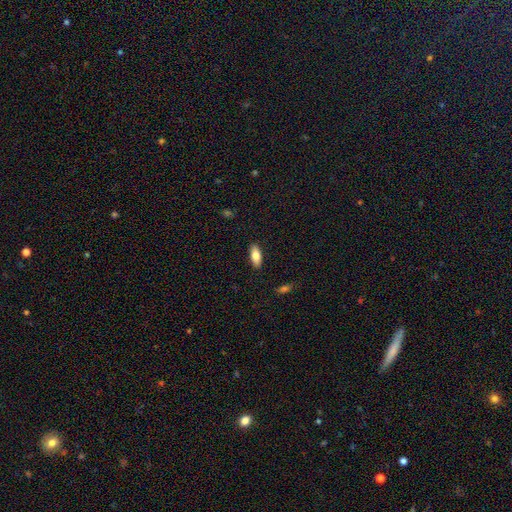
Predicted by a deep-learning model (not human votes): smooth-or-featured: smooth: 77% | featured or disk: 16% | star or artifact: 6%
  how-rounded: in between: 82% | cigar-shaped: 16% | round: 2%
  merging: none: 89% | minor disturbance: 8% | major disturbance: 2% | merger: 1%